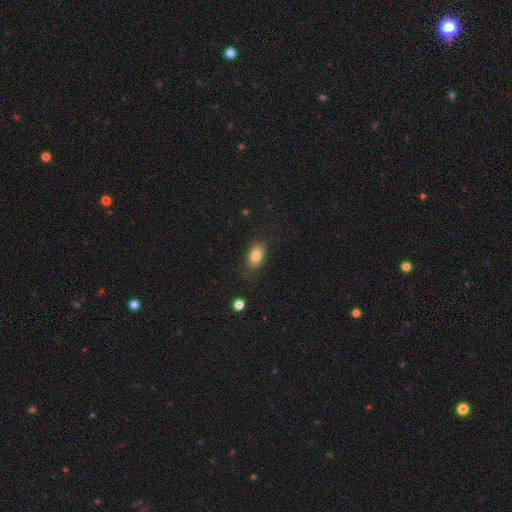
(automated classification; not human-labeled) The model was most divided on "merging": none: 78%, minor disturbance: 16%, major disturbance: 5%, merger: 1%. More confident: how rounded — in between (86%); smooth or featured — smooth (82%).